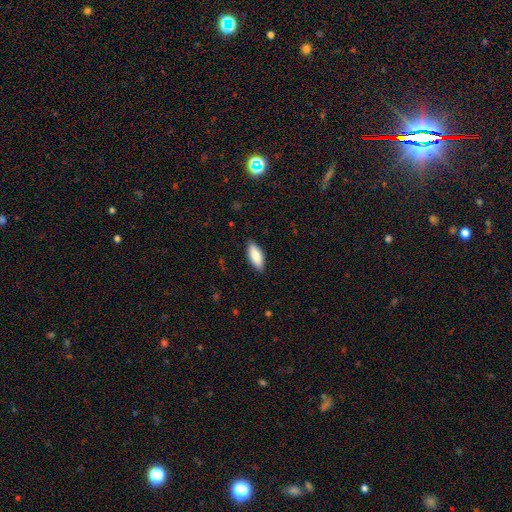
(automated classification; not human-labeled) smooth_or_featured: smooth (p=0.86) [alt: featured or disk p=0.09]
how_rounded: in between (p=0.78) [alt: cigar-shaped p=0.20]
merging: none (p=0.87) [alt: minor disturbance p=0.10]